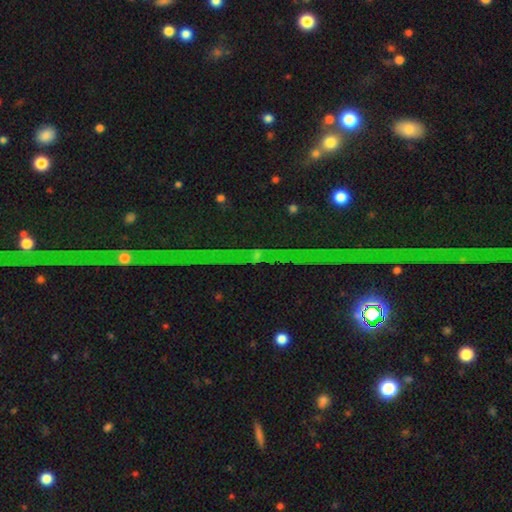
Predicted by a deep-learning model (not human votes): Smooth or featured: star or artifact — 80% (featured or disk — 12%)